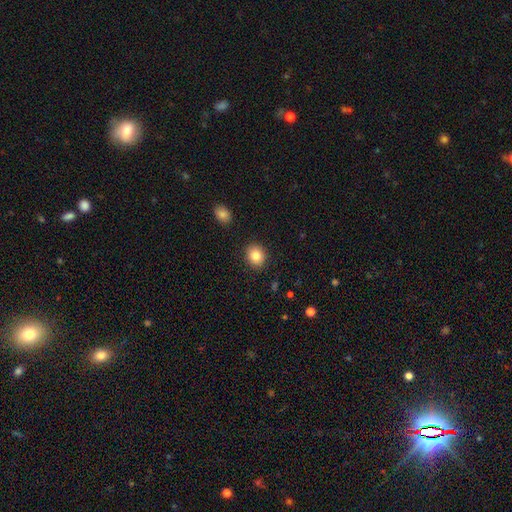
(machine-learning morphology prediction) smooth-or-featured: smooth: 85% | star or artifact: 9% | featured or disk: 6%
  how-rounded: round: 65% | in between: 35% | cigar-shaped: 1%
  merging: none: 89% | minor disturbance: 7% | major disturbance: 2% | merger: 2%